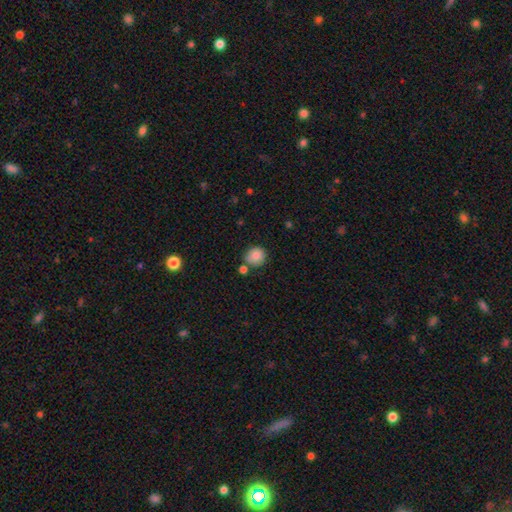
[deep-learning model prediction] This appears to be a smooth galaxy with no disk features (84%) that is round (88%). Merging: none (70%).